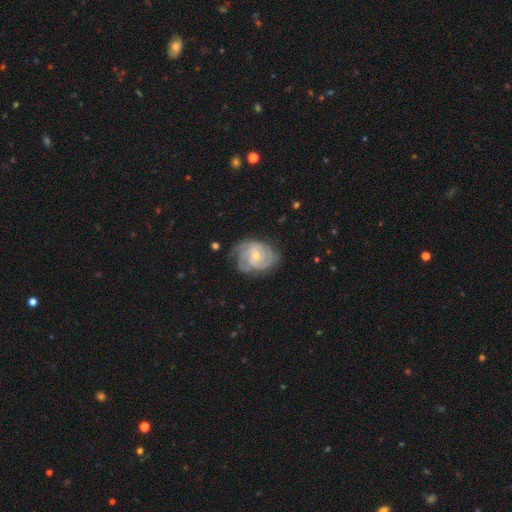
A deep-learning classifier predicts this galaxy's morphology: Smooth or featured? featured or disk (88%)
Edge-on disk? no (98%)
Bar? no (64%)
Spiral arms? yes (97%)
Spiral winding? tight (70%)
Spiral arm count? 3 (31%)
Bulge size? small (59%)
Merging? none (70%)